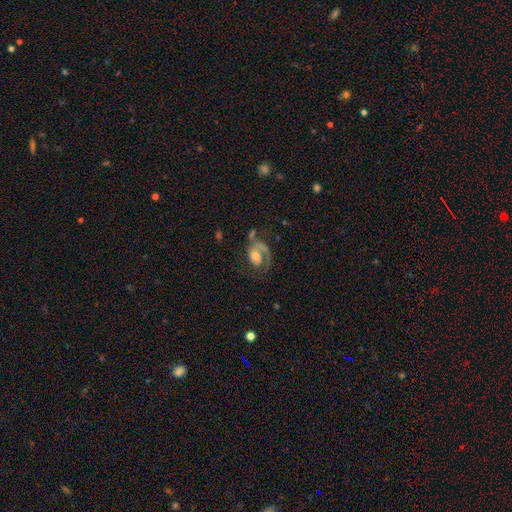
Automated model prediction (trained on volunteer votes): A featured or disk galaxy (71%) with no bar (69%), 1 (80%) medium (39%) spiral arms (87%) and a moderate central bulge (42%). Merging: none (39%).